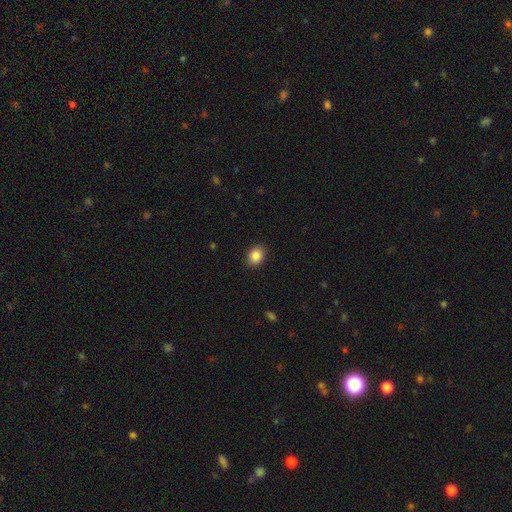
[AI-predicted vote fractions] Smooth or featured?
  - smooth: 87% *
  - star or artifact: 9%
  - featured or disk: 4%
How rounded?
  - round: 54% *
  - in between: 45%
  - cigar-shaped: 1%
Merging?
  - none: 90% *
  - minor disturbance: 7%
  - major disturbance: 2%
  - merger: 1%